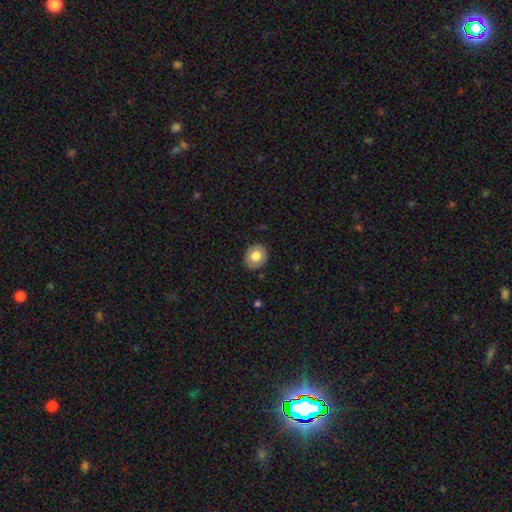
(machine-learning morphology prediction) Smooth or featured?
  - smooth: 78% *
  - featured or disk: 14%
  - star or artifact: 8%
How rounded?
  - round: 66% *
  - in between: 33%
  - cigar-shaped: 1%
Merging?
  - none: 87% *
  - minor disturbance: 10%
  - major disturbance: 2%
  - merger: 1%